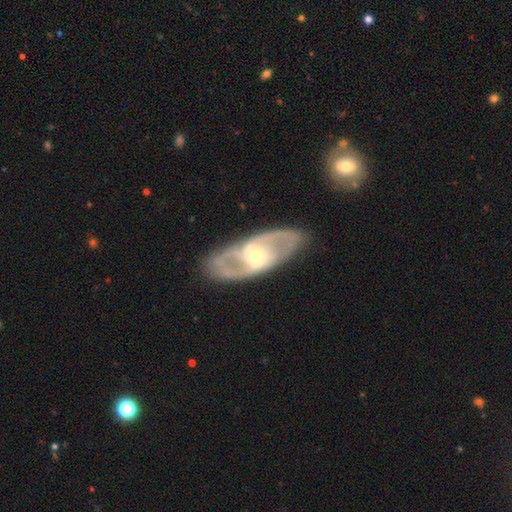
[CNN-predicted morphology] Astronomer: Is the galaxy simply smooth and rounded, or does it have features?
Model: featured or disk — 82%.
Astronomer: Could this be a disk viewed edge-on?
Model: no — 90%.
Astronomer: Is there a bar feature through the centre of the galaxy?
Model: no — 52% (runner-up: weak, 31%).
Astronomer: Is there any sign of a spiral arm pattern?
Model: yes — 77%.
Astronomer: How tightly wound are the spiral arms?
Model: medium — 49% (runner-up: tight, 31%).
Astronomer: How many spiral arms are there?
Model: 2 — 82%.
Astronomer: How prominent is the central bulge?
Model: moderate — 51% (runner-up: small, 42%).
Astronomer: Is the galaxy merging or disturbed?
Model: none — 83%.